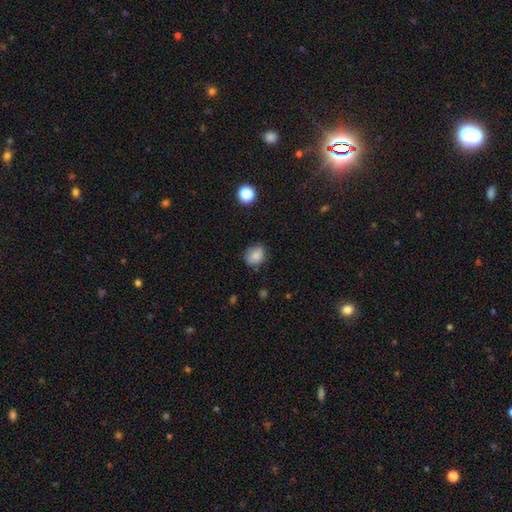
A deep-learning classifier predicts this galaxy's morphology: Q: Smooth or featured?
A: smooth (83%); runner-up: star or artifact (10%)
Q: How rounded?
A: round (55%); runner-up: in between (44%)
Q: Merging?
A: none (70%); runner-up: minor disturbance (23%)